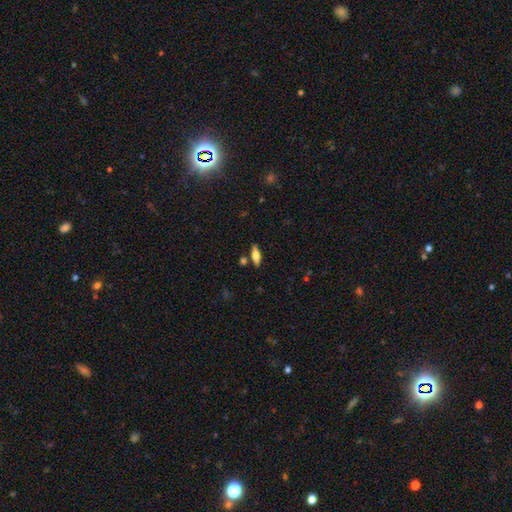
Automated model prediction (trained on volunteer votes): Smooth or featured? smooth (61%)
How rounded? in between (57%)
Merging? none (81%)